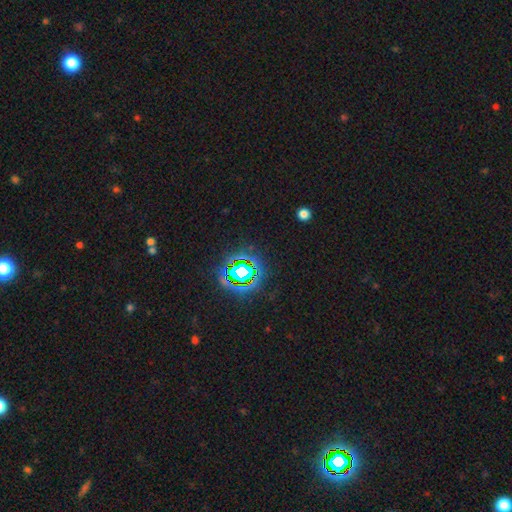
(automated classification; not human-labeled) smooth_or_featured: star or artifact (p=0.79) [alt: smooth p=0.14]